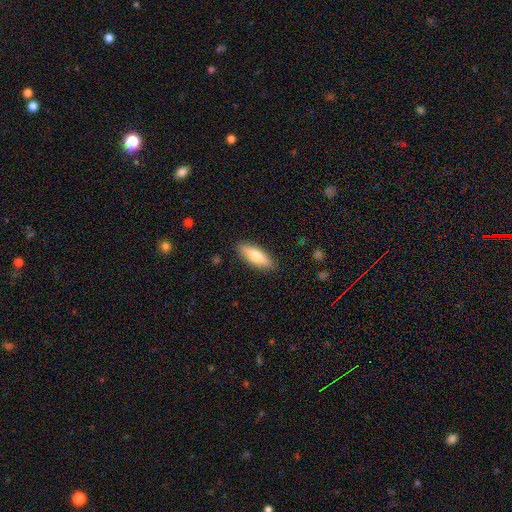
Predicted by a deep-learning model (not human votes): A smooth galaxy with no disk features (62%) that is cigar-shaped (53%). Merging: none (88%).